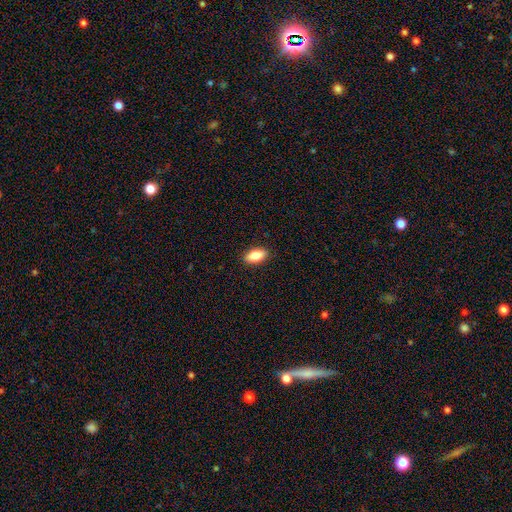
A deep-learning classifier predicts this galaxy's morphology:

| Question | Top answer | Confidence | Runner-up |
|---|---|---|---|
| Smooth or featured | smooth | 84% | featured or disk (9%) |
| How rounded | in between | 90% | cigar-shaped (6%) |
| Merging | none | 89% | minor disturbance (8%) |